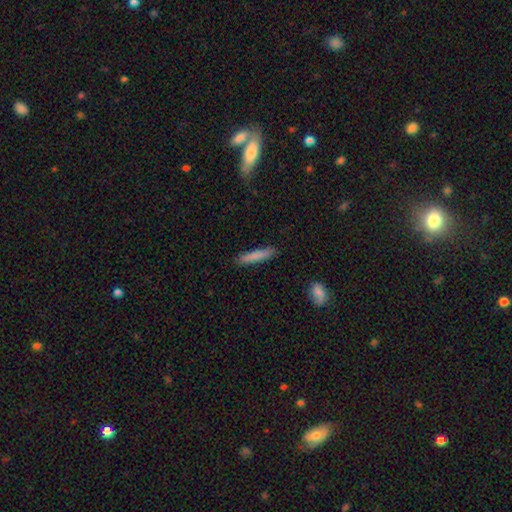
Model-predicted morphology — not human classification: A smooth galaxy with no disk features (82%) that is cigar-shaped (92%). Merging: none (88%).